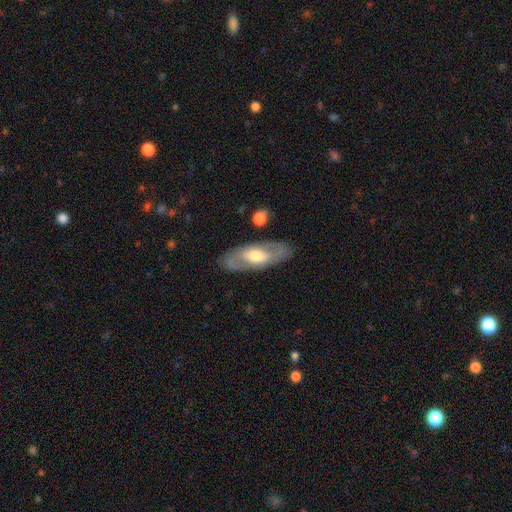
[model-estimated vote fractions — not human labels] smooth-or-featured: featured or disk: 55% | smooth: 39% | star or artifact: 5%
  disk-edge-on: no: 81% | yes: 19%
  merging: none: 81% | minor disturbance: 12% | major disturbance: 4% | merger: 2%